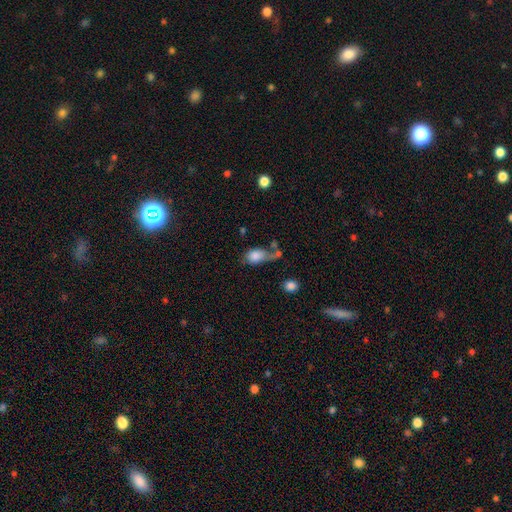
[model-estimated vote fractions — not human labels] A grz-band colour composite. It shows a smooth galaxy with no disk features (78%) that is in between round and cigar-shaped (75%). Merging: none (28%).